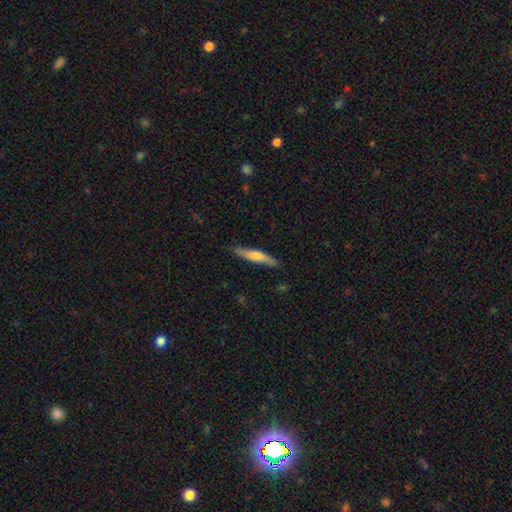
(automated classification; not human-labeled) Smooth or featured? smooth (61%)
How rounded? cigar-shaped (89%)
Merging? none (85%)